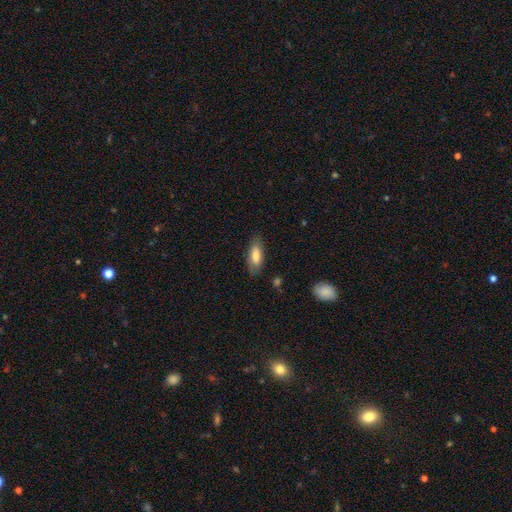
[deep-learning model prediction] A smooth galaxy with no disk features (71%) that is in between round and cigar-shaped (73%). Merging: none (81%).